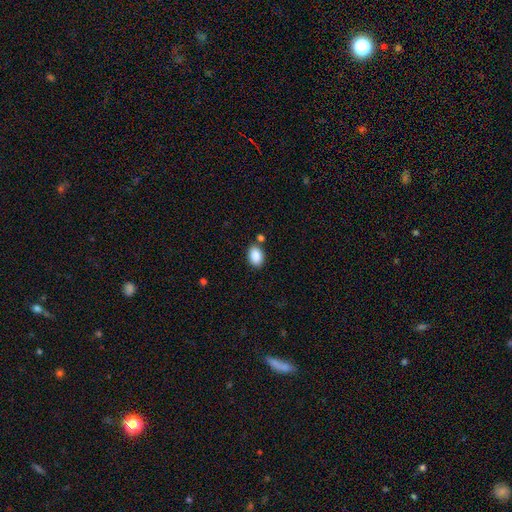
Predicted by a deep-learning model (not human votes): A smooth galaxy with no disk features (88%) that is in between round and cigar-shaped (81%). Merging: none (80%).